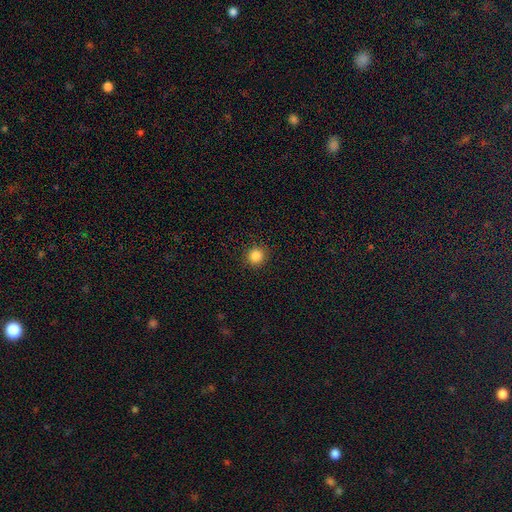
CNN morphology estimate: A smooth galaxy with no disk features (85%) that is round (92%). Merging: none (91%).